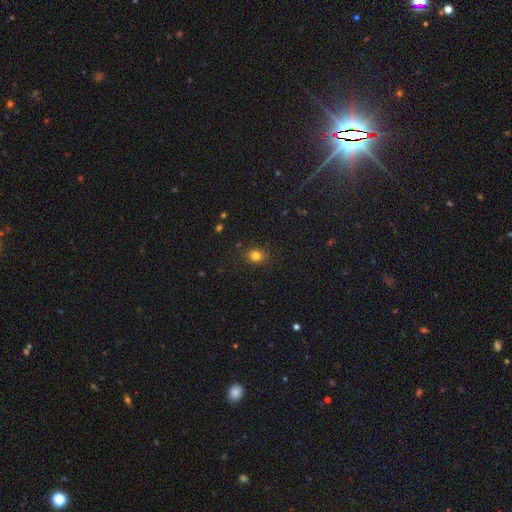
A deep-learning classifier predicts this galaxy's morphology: Overall: smooth (80%). How rounded: round (62%; in between 37%). Merging: none (85%).